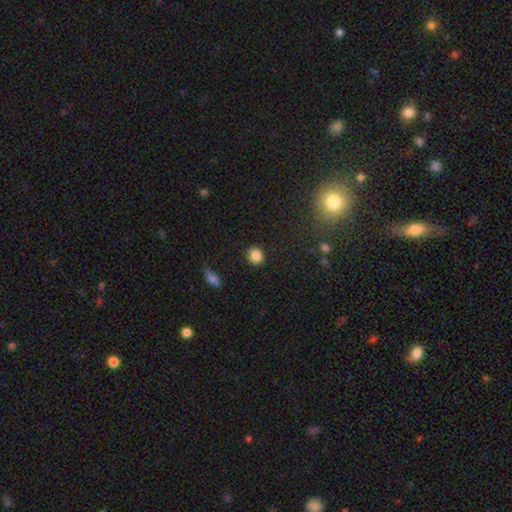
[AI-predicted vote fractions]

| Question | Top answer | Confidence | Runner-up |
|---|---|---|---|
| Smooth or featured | smooth | 86% | star or artifact (10%) |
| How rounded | round | 79% | in between (20%) |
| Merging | none | 89% | minor disturbance (7%) |